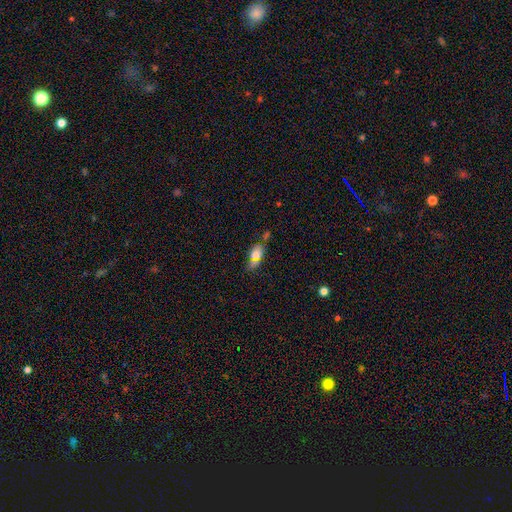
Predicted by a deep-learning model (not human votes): A smooth galaxy with no disk features (65%) that is in between round and cigar-shaped (80%). Merging: none (68%).